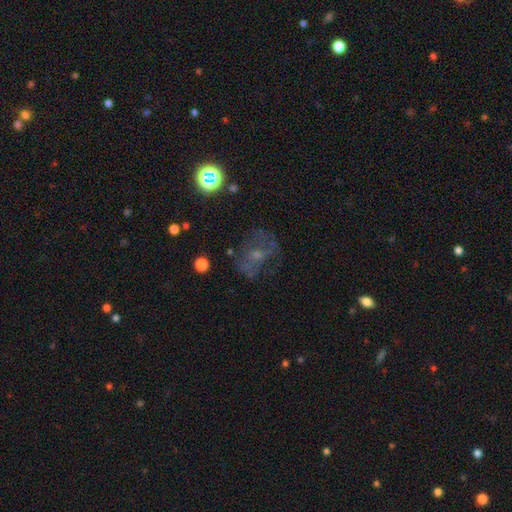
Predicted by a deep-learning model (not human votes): This appears to be a featured or disk galaxy (44%). Merging: none (57%).